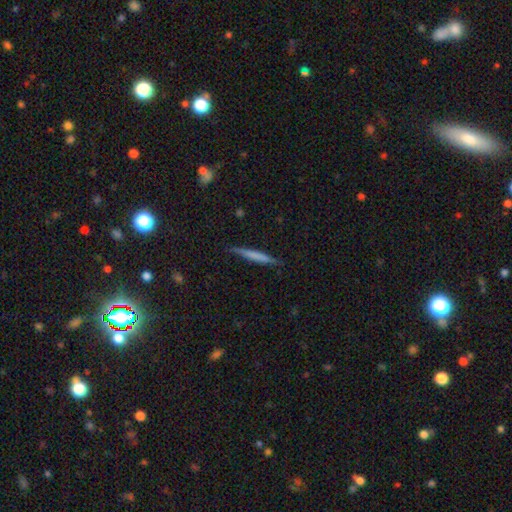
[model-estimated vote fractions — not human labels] Morphology: type=smooth (59%); roundness=cigar-shaped (95%); merging=none (86%).